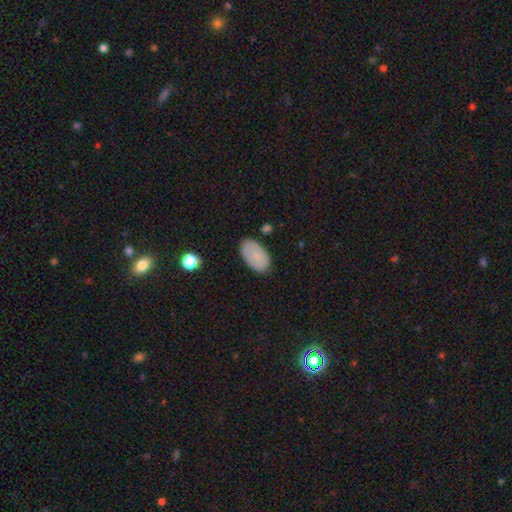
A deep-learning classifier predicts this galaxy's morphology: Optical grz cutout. It shows a smooth galaxy with no disk features (80%) that is in between round and cigar-shaped (94%). Merging: none (82%).